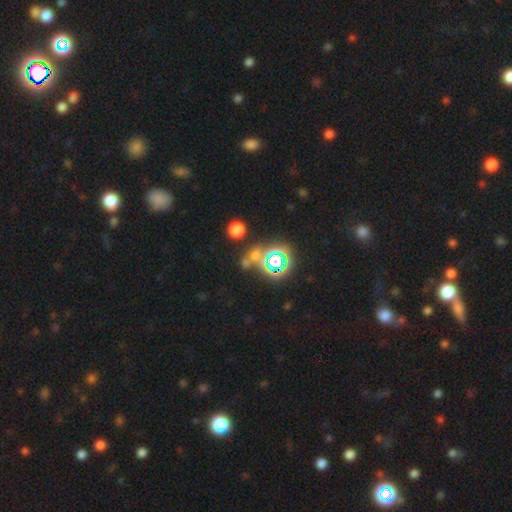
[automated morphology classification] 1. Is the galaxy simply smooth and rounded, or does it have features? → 57% star or artifact, 33% smooth, 10% featured or disk.